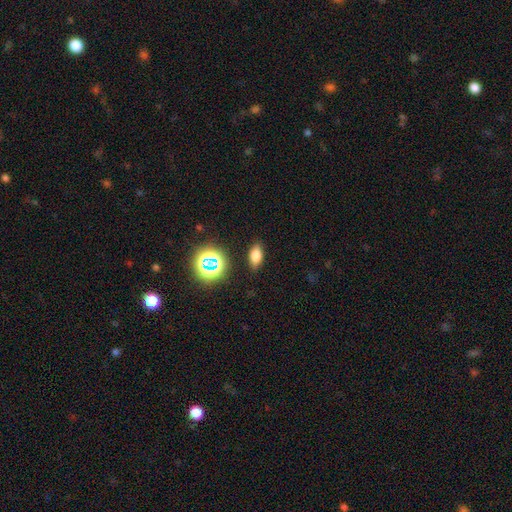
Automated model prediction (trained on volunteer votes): The model was most divided on "smooth or featured": smooth: 71%, star or artifact: 18%, featured or disk: 12%. More confident: merging — none (86%); how rounded — in between (83%).